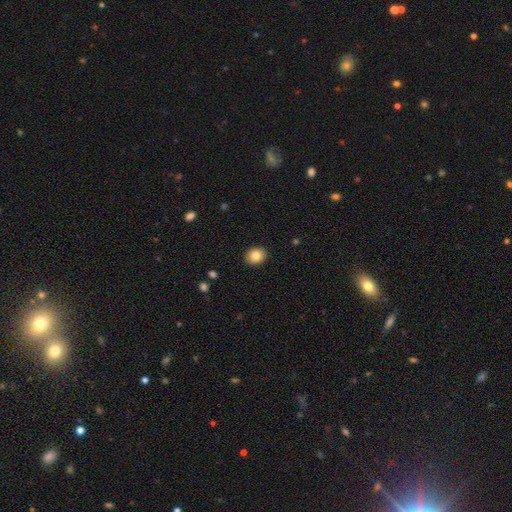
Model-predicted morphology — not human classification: smooth-or-featured: smooth: 84% | star or artifact: 9% | featured or disk: 7%
  how-rounded: round: 58% | in between: 42% | cigar-shaped: 1%
  merging: none: 90% | minor disturbance: 7% | major disturbance: 2% | merger: 1%